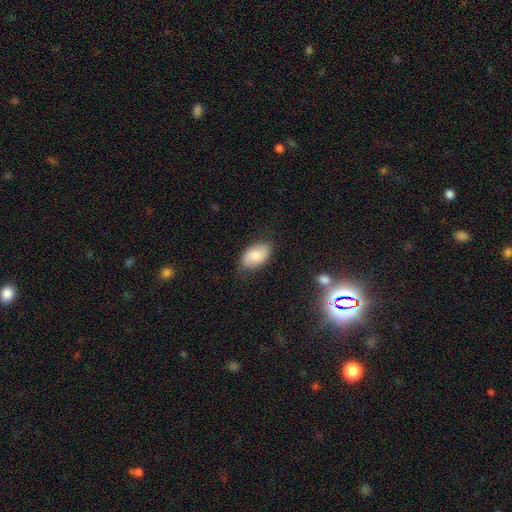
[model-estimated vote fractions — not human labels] Smooth or featured: smooth — 77% (featured or disk — 16%)
How rounded: in between — 93% (round — 5%)
Merging: none — 78% (minor disturbance — 17%)